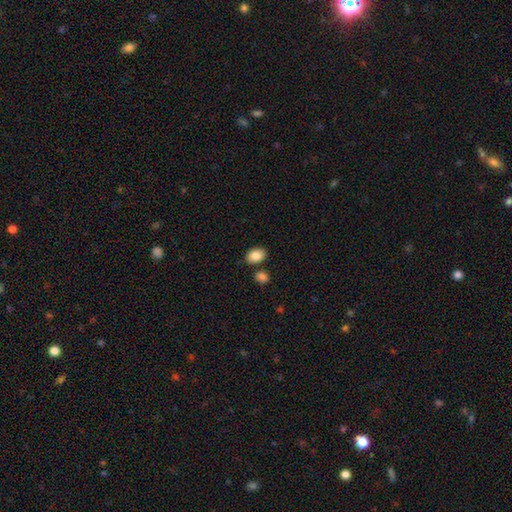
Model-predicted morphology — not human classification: smooth-or-featured: smooth: 86% | star or artifact: 8% | featured or disk: 6%
  how-rounded: in between: 83% | round: 16% | cigar-shaped: 1%
  merging: none: 79% | minor disturbance: 11% | merger: 8% | major disturbance: 3%